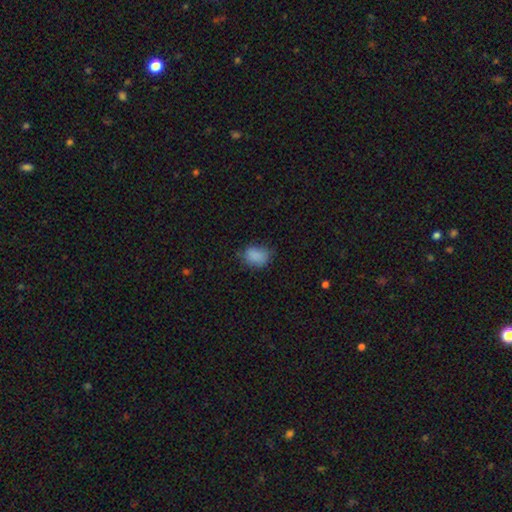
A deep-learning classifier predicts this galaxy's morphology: Q: Smooth or featured?
A: smooth (84%); runner-up: star or artifact (11%)
Q: How rounded?
A: in between (70%); runner-up: round (29%)
Q: Merging?
A: none (63%); runner-up: minor disturbance (28%)